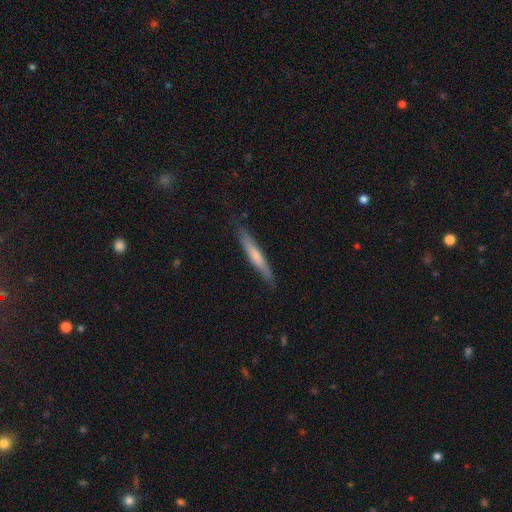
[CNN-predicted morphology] Smooth or featured? Predicted: smooth (p=0.57). How rounded? Predicted: cigar-shaped (p=0.94). Merging? Predicted: none (p=0.83).